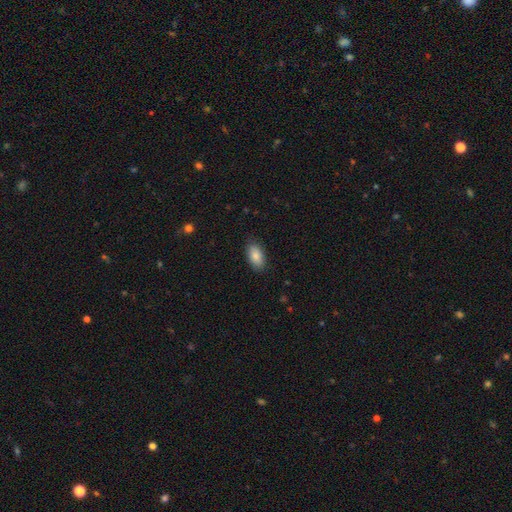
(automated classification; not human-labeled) smooth 86%, featured or disk 7%, star or artifact 7%. Down the decision tree: how rounded — in between (93%); merging — none (85%).